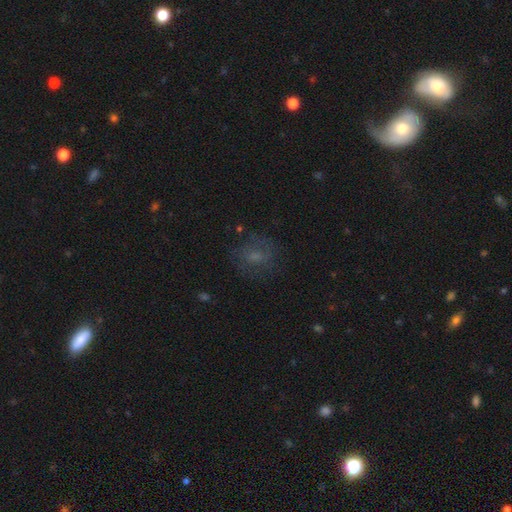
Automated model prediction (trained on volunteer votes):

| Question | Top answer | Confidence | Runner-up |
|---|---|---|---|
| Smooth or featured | smooth | 49% | featured or disk (29%) |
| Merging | none | 70% | minor disturbance (16%) |